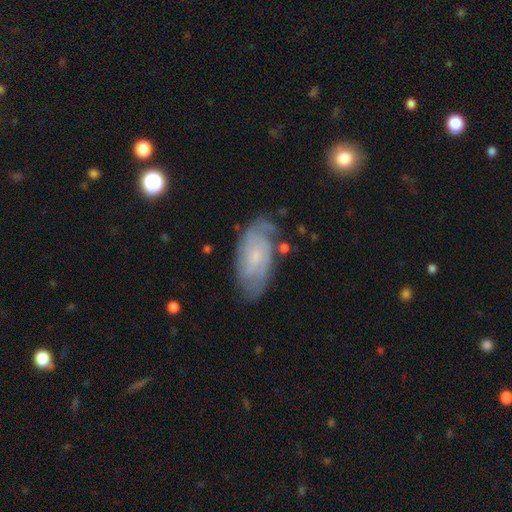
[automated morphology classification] Overall: featured or disk (69%). Edge-on disk: no (93%). Bar: no (62%; weak 33%). Spiral arms: yes (90%). Spiral arm count: can't tell (44%; 2 31%). Spiral winding: tight (56%; medium 33%). Bulge size: small (66%). Merging: none (68%).